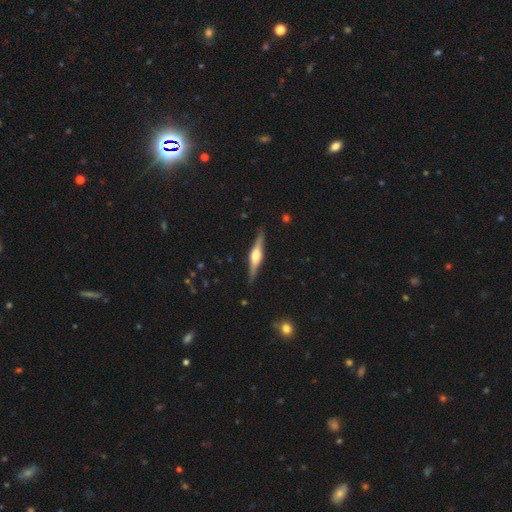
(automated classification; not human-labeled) Overall: featured or disk (76%). Edge-on disk: yes (98%). Edge-on bulge: rounded (89%). Merging: none (89%).